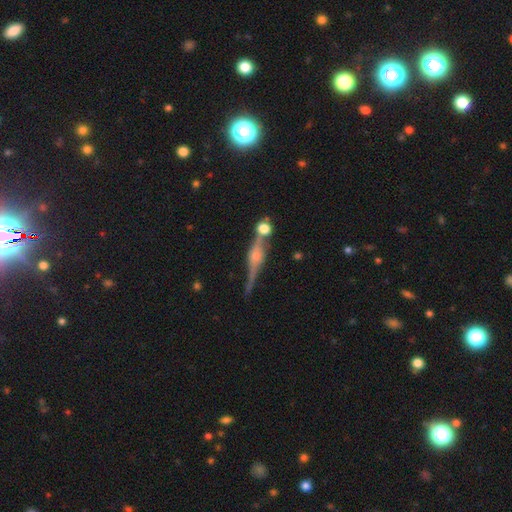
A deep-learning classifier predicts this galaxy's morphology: Smooth or featured?
  - featured or disk: 78% *
  - smooth: 13%
  - star or artifact: 9%
Edge-on disk?
  - yes: 95% *
  - no: 5%
Edge-on bulge?
  - rounded: 77% *
  - boxy: 17%
  - none: 6%
Merging?
  - none: 71% *
  - minor disturbance: 13%
  - merger: 11%
  - major disturbance: 5%